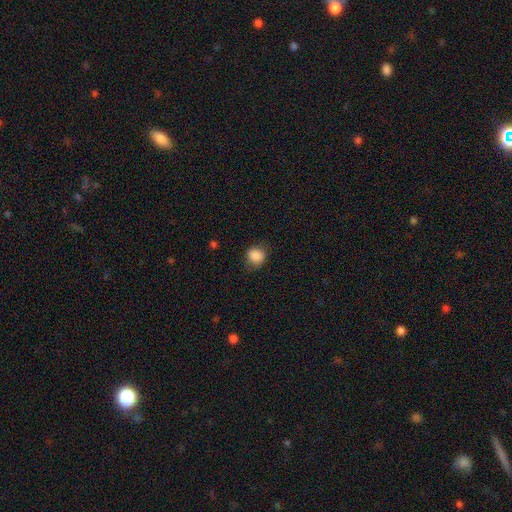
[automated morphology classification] Smooth or featured?
  - smooth: 87% *
  - star or artifact: 9%
  - featured or disk: 4%
How rounded?
  - round: 74% *
  - in between: 25%
  - cigar-shaped: 1%
Merging?
  - none: 76% *
  - minor disturbance: 18%
  - major disturbance: 5%
  - merger: 1%